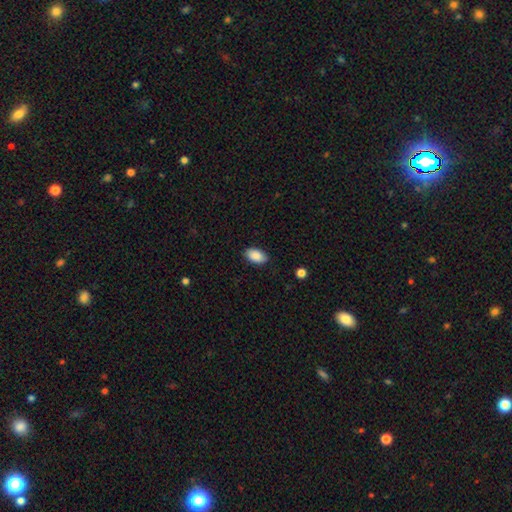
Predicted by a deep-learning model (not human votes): Morphology: type=smooth (88%); roundness=in between (94%); merging=none (86%).